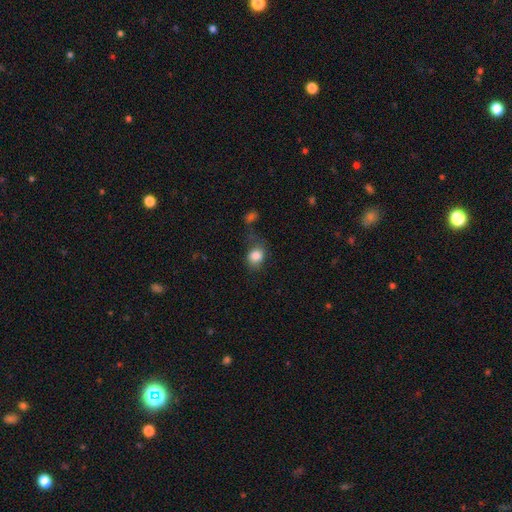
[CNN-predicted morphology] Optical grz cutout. It shows a smooth galaxy with no disk features (85%) that is round (60%). Merging: none (52%).